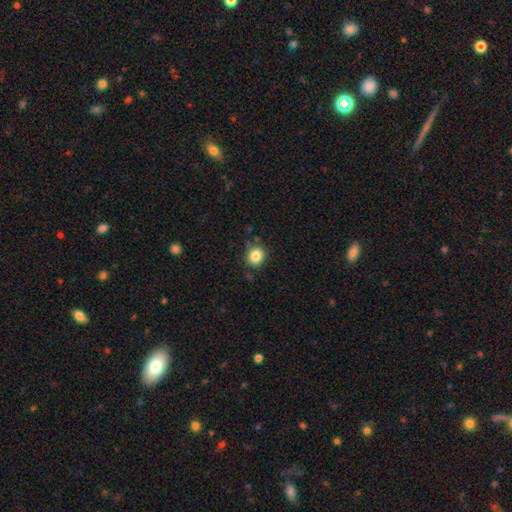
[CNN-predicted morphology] The model was most divided on "how rounded": round: 81%, in between: 18%, cigar-shaped: 1%. More confident: smooth or featured — smooth (84%); merging — none (82%).